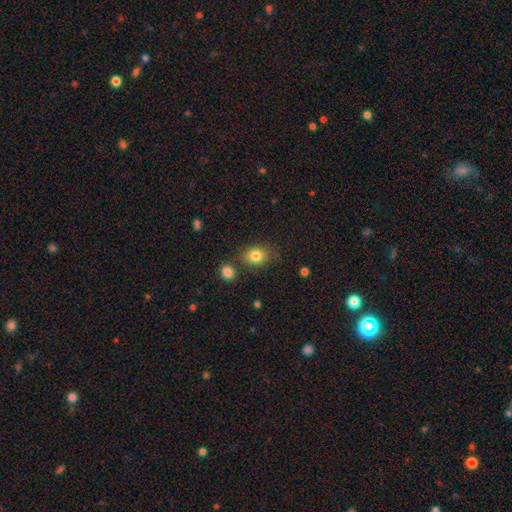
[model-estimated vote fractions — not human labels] A smooth galaxy with no disk features (83%) that is round (52%).

Vote fractions:
- Smooth or featured? smooth: 83% / star or artifact: 10% / featured or disk: 7%
- How rounded? round: 52% / in between: 47% / cigar-shaped: 1%
- Merging? none: 75% / minor disturbance: 14% / merger: 7% / major disturbance: 4%